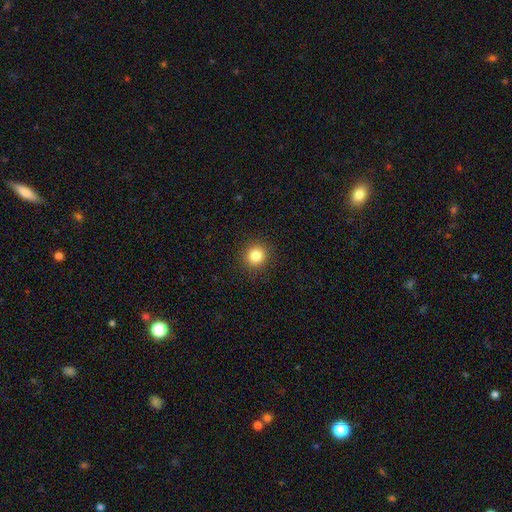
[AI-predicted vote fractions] A smooth galaxy with no disk features (84%) that is round (92%).

Vote fractions:
- Smooth or featured? smooth: 84% / star or artifact: 11% / featured or disk: 5%
- How rounded? round: 92% / in between: 7% / cigar-shaped: 1%
- Merging? none: 92% / minor disturbance: 5% / major disturbance: 2% / merger: 1%